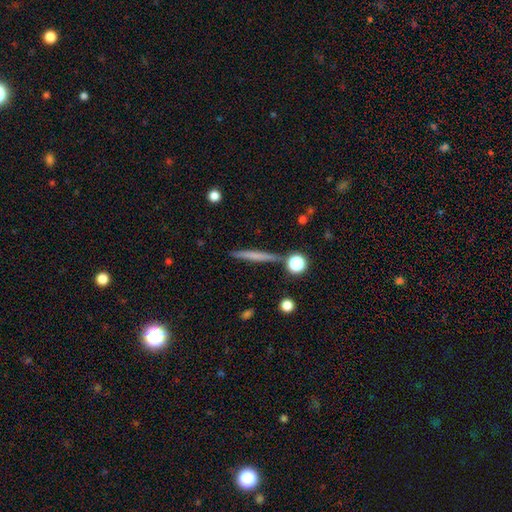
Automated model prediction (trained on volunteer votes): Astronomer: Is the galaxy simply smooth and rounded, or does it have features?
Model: smooth — 54% (runner-up: featured or disk, 39%).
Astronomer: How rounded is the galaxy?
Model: cigar-shaped — 93%.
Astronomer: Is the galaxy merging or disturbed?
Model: none — 86%.